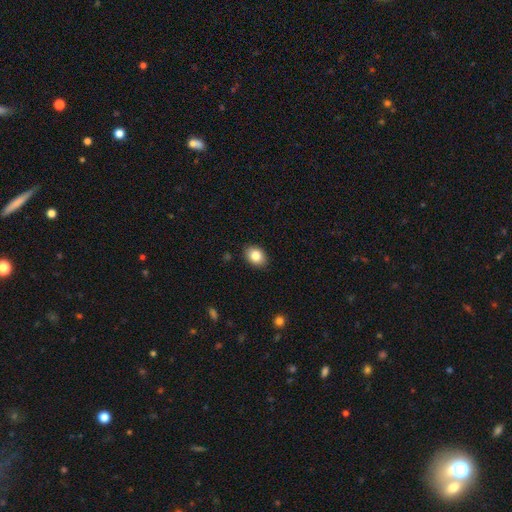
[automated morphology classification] Smooth or featured?
  - smooth: 84% *
  - star or artifact: 8%
  - featured or disk: 7%
How rounded?
  - in between: 71% *
  - round: 28%
  - cigar-shaped: 1%
Merging?
  - none: 88% *
  - minor disturbance: 9%
  - major disturbance: 2%
  - merger: 1%